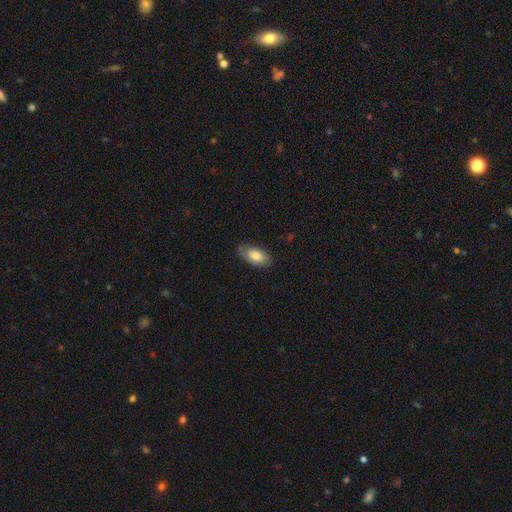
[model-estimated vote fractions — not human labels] smooth 83%, featured or disk 10%, star or artifact 6%. Down the decision tree: how rounded — in between (92%); merging — none (81%).